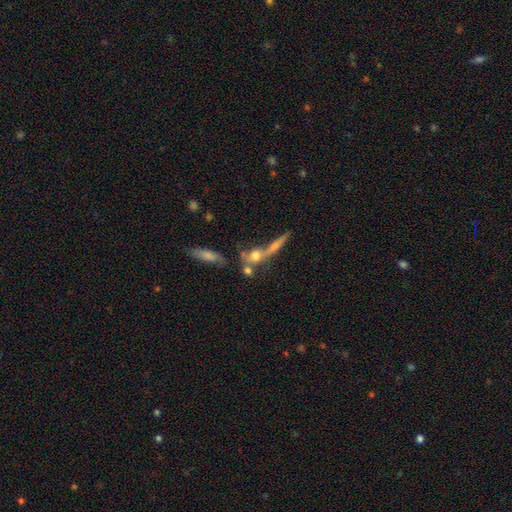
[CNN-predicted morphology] Smooth or featured: smooth — 59% (featured or disk — 29%)
How rounded: round — 40% (cigar-shaped — 32%)
Merging: merger — 44% (none — 35%)